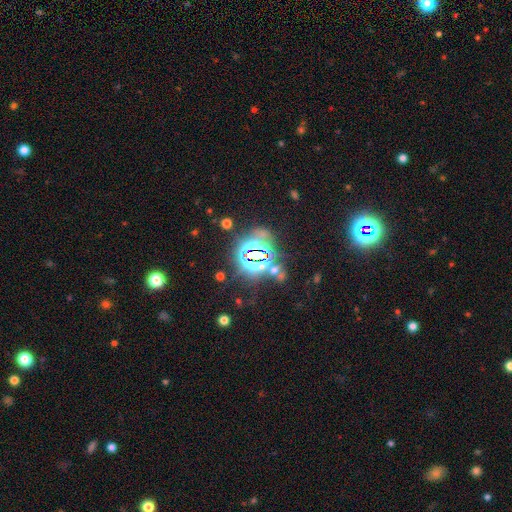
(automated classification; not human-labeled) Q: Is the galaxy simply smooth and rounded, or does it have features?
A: star or artifact — 77%.